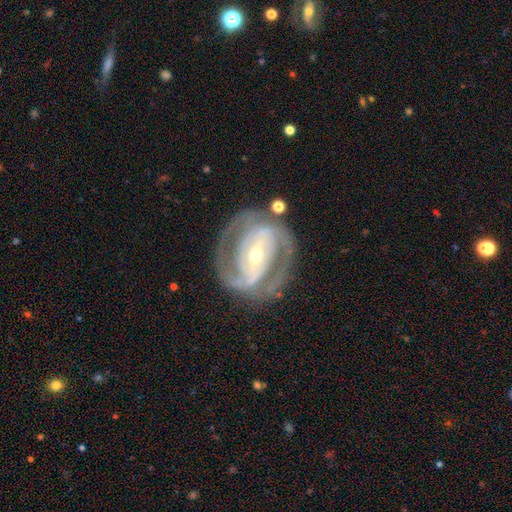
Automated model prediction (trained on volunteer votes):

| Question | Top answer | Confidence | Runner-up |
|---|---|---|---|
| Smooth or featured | featured or disk | 88% | smooth (7%) |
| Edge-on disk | no | 96% | yes (4%) |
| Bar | strong | 49% | weak (31%) |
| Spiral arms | yes | 92% | no (8%) |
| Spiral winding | tight | 53% | medium (38%) |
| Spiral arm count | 2 | 70% | can't tell (12%) |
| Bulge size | small | 57% | moderate (39%) |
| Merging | none | 74% | minor disturbance (15%) |